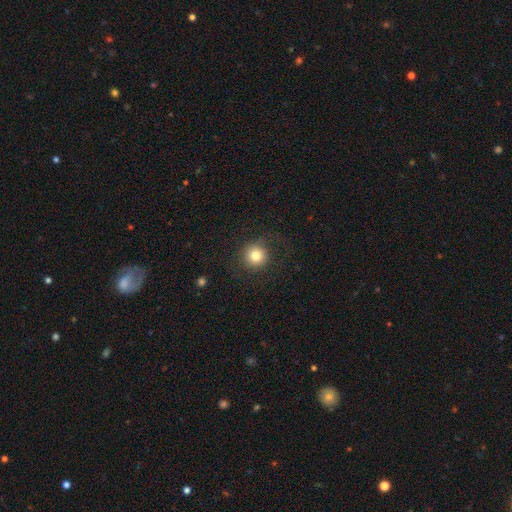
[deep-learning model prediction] smooth 79%, star or artifact 12%, featured or disk 9%. Down the decision tree: how rounded — round (95%); merging — none (85%).